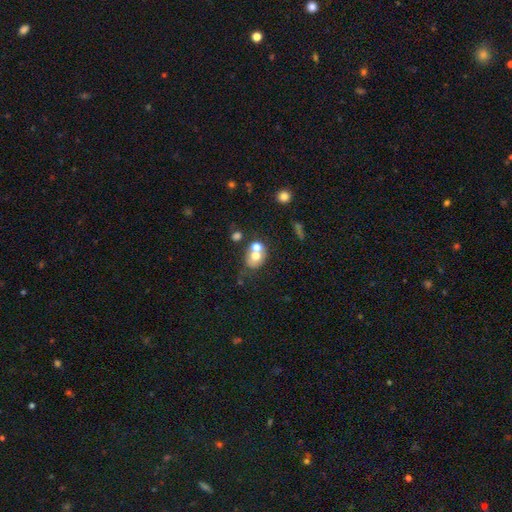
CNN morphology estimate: Smooth or featured? smooth (64%)
How rounded? round (54%)
Merging? merger (50%)